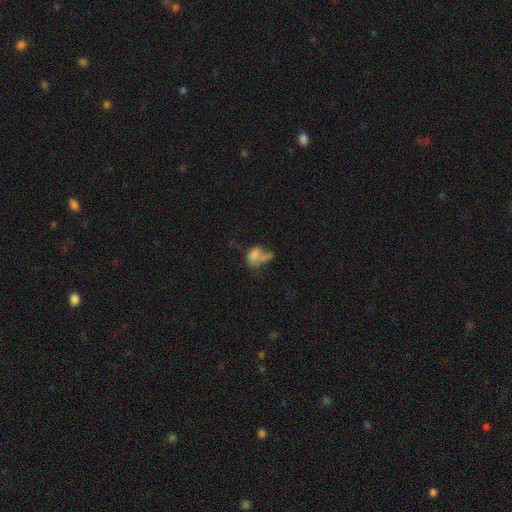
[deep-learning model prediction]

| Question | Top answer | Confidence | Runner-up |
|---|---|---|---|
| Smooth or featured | smooth | 65% | featured or disk (22%) |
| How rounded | in between | 77% | round (21%) |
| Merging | major disturbance | 31% | tied: merger (31%) |